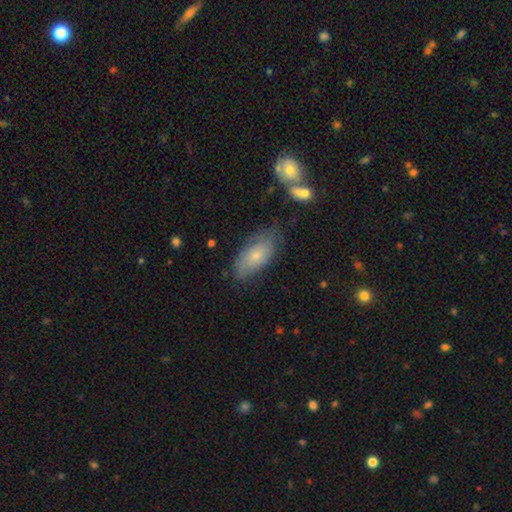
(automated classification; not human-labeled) The model was most divided on "smooth or featured": smooth: 63%, featured or disk: 30%, star or artifact: 7%. More confident: how rounded — in between (90%); merging — none (63%).